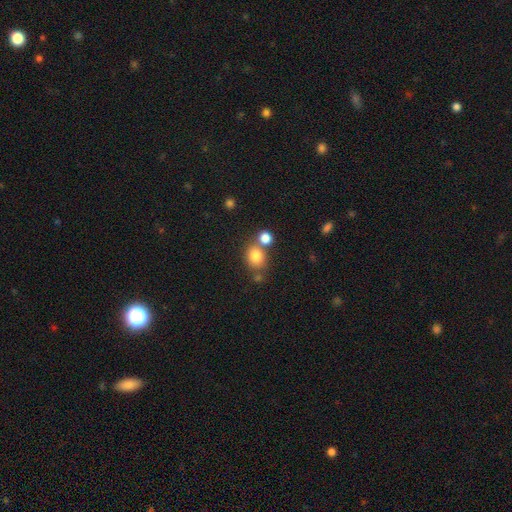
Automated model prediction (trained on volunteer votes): Smooth or featured? smooth (80%)
How rounded? round (63%)
Merging? none (55%)